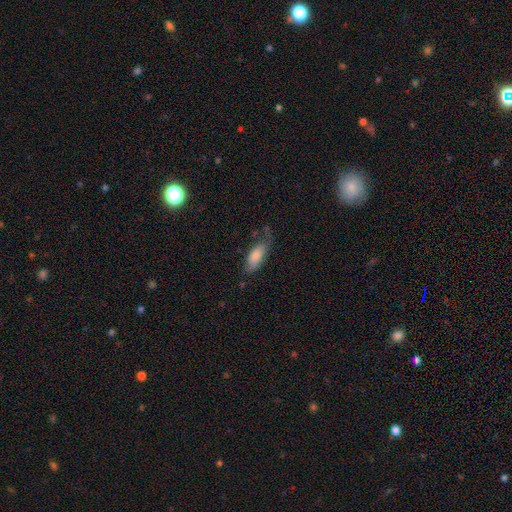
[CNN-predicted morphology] A smooth galaxy with no disk features (80%) that is in between round and cigar-shaped (80%).

Vote fractions:
- Smooth or featured? smooth: 80% / featured or disk: 13% / star or artifact: 6%
- How rounded? in between: 80% / cigar-shaped: 18% / round: 2%
- Merging? none: 52% / minor disturbance: 32% / major disturbance: 13% / merger: 3%